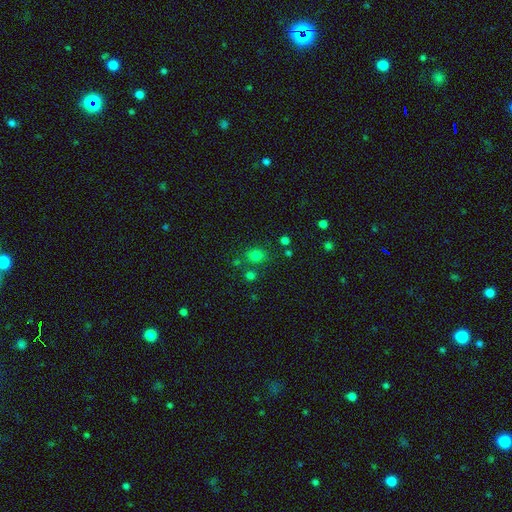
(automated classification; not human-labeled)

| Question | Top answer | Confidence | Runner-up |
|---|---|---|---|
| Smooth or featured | smooth | 75% | star or artifact (19%) |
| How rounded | round | 67% | in between (32%) |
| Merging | none | 73% | minor disturbance (11%) |